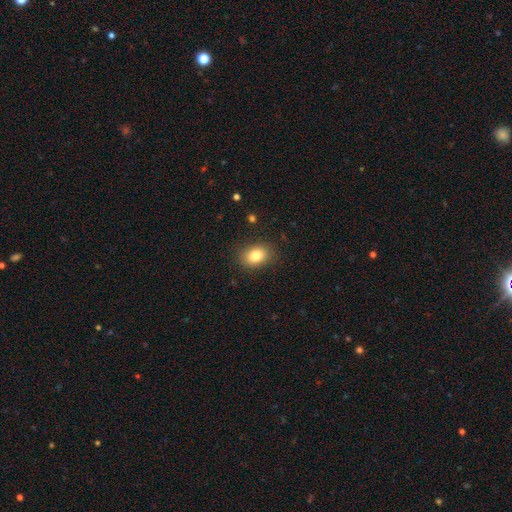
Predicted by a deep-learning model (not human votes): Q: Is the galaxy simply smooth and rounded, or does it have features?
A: smooth — 83%.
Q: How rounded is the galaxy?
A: in between — 70%.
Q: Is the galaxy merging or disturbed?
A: none — 86%.